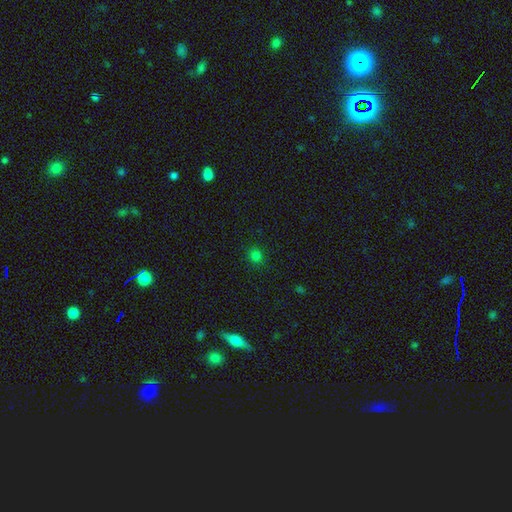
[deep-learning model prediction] smooth_or_featured: smooth (p=0.78) [alt: star or artifact p=0.19]
how_rounded: round (p=0.89) [alt: in between p=0.10]
merging: none (p=0.90) [alt: minor disturbance p=0.07]